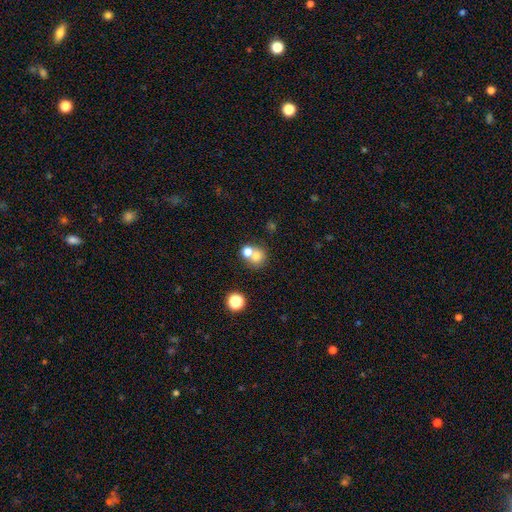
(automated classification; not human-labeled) Smooth or featured: smooth — 72% (star or artifact — 14%)
How rounded: round — 80% (in between — 19%)
Merging: merger — 47% (none — 43%)